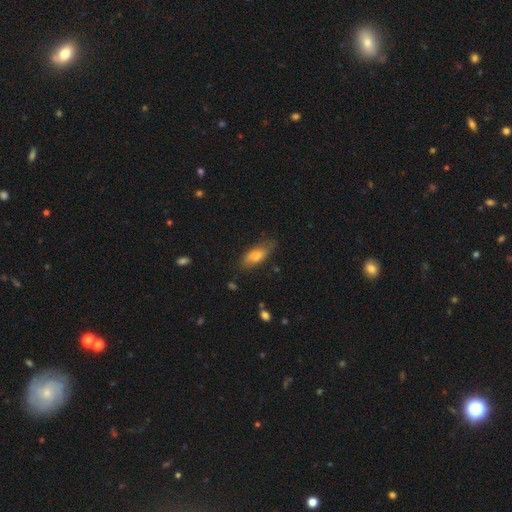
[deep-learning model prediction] Morphology: type=smooth (69%); roundness=in between (79%); merging=none (76%).